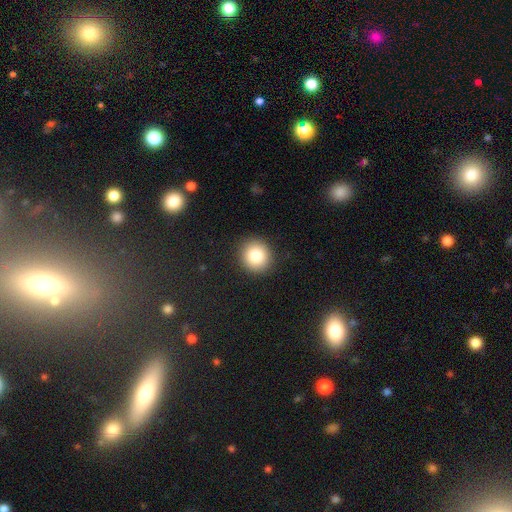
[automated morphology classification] This is clearly a smooth galaxy (83%). How rounded: clearly round (89%). Merging: clearly none (91%).